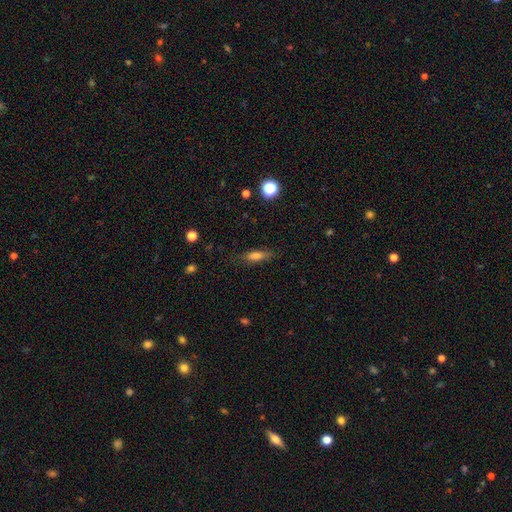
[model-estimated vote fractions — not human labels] smooth-or-featured: smooth: 73% | featured or disk: 18% | star or artifact: 9%
  how-rounded: cigar-shaped: 51% | in between: 46% | round: 3%
  merging: none: 79% | minor disturbance: 15% | major disturbance: 4% | merger: 1%